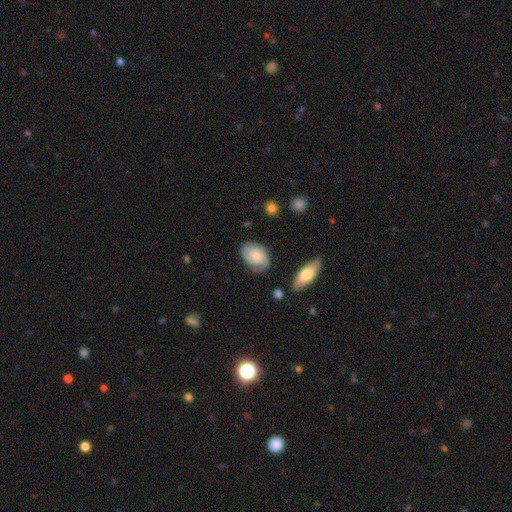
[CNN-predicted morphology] Overall: smooth (62%; featured or disk 32%). How rounded: in between (84%). Merging: none (70%).